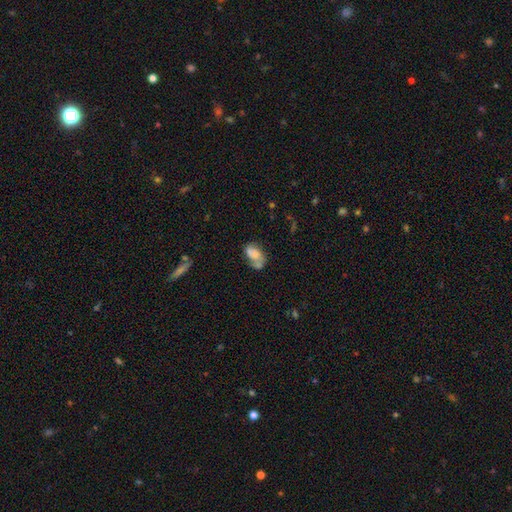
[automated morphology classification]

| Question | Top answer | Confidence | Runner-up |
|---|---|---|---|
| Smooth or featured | smooth | 57% | featured or disk (33%) |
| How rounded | in between | 86% | round (12%) |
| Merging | none | 31% | merger (29%) |